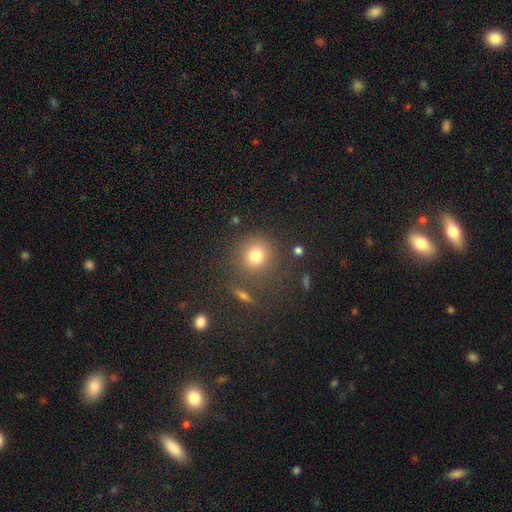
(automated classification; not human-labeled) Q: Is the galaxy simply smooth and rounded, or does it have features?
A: smooth — 77%.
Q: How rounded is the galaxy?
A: round — 90%.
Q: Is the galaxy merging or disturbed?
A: none — 80%.